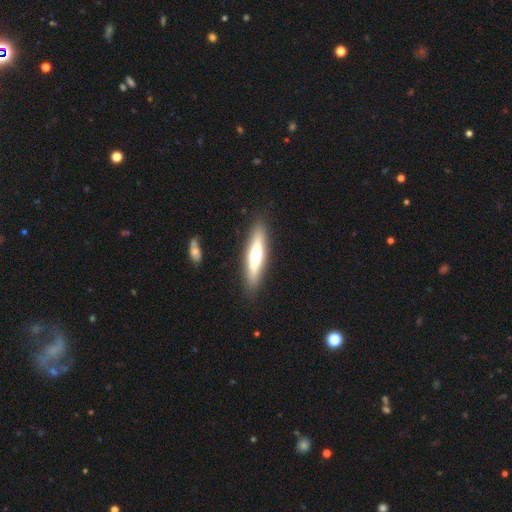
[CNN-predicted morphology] type=featured or disk (49%); merging=none (88%).